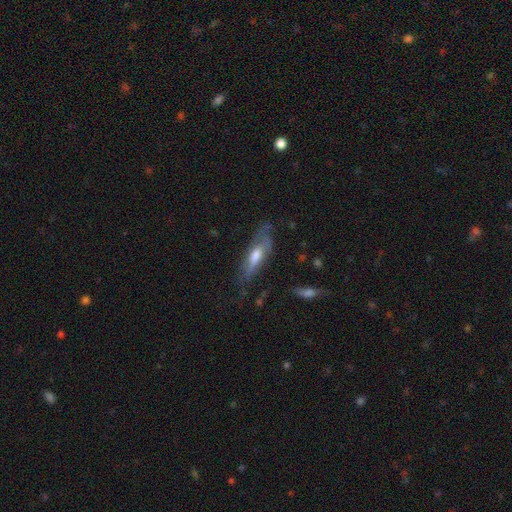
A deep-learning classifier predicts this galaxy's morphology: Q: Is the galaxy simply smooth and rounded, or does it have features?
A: featured or disk — 55%.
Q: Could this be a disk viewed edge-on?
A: yes — 52%.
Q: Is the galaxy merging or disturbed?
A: none — 61%.